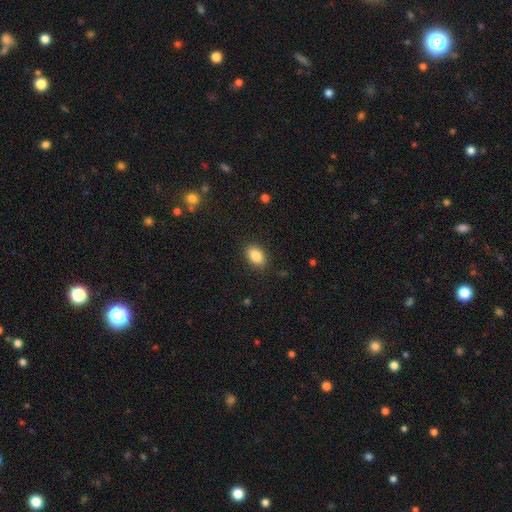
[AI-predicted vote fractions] Smooth or featured?
  - smooth: 86% *
  - star or artifact: 8%
  - featured or disk: 6%
How rounded?
  - in between: 86% *
  - round: 13%
  - cigar-shaped: 2%
Merging?
  - none: 87% *
  - minor disturbance: 9%
  - major disturbance: 3%
  - merger: 1%